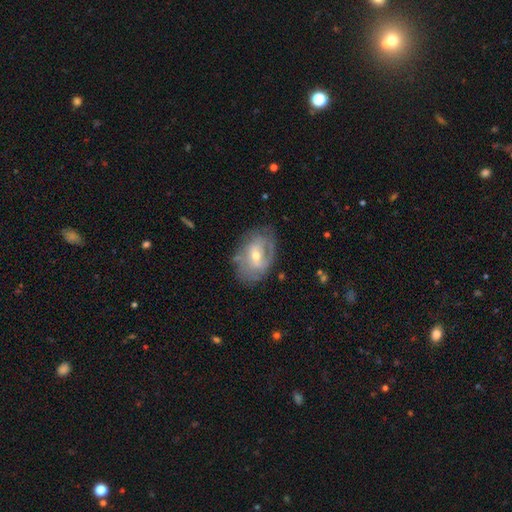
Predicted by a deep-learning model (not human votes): A featured or disk galaxy (73%) with a weak bar (45%), 2 (39%) tight (51%) spiral arms (77%) and a moderate central bulge (56%).

Vote fractions:
- Smooth or featured? featured or disk: 73% / smooth: 20% / star or artifact: 7%
- Edge-on disk? no: 94% / yes: 6%
- Bar? weak: 45% / no: 38% / strong: 17%
- Spiral arms? yes: 77% / no: 23%
- Spiral winding? tight: 51% / medium: 33% / loose: 16%
- Spiral arm count? 2: 39% / can't tell: 38% / 1: 10% / 3: 8% / 4: 3% / more than 4: 2%
- Bulge size? moderate: 56% / small: 40% / large: 2% / none: 1% / dominant: 1%
- Merging? none: 68% / minor disturbance: 21% / major disturbance: 9% / merger: 2%